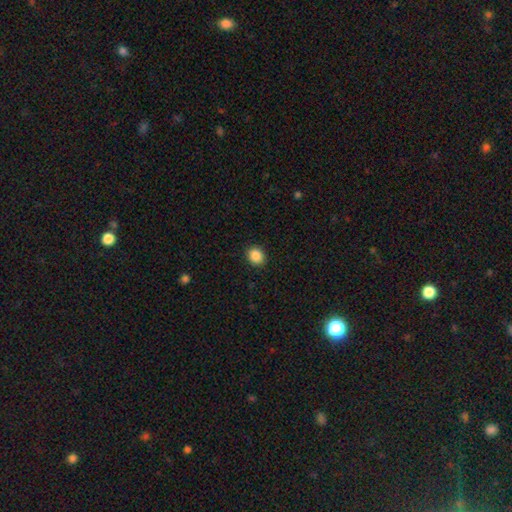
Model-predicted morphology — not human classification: Overall: smooth (87%). How rounded: round (65%; in between 34%). Merging: none (91%).